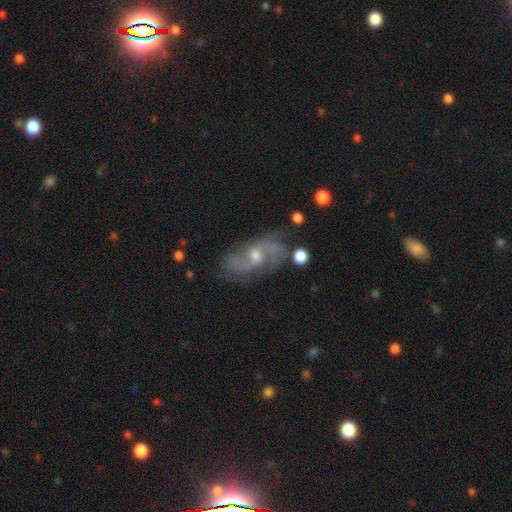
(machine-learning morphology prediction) featured or disk 80%, smooth 12%, star or artifact 8%. Down the decision tree: edge-on disk — no (94%); bar — no (49%); spiral arms — yes (93%); spiral arm count — 2 (82%); spiral winding — loose (45%); bulge size — moderate (54%); merging — none (70%).